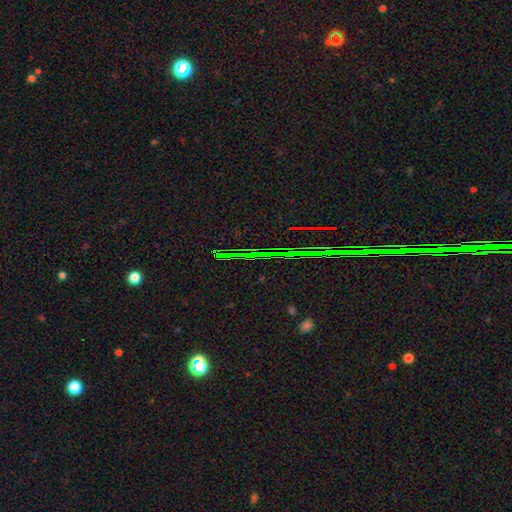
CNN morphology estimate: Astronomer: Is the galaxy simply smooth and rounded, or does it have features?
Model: star or artifact — 83%.